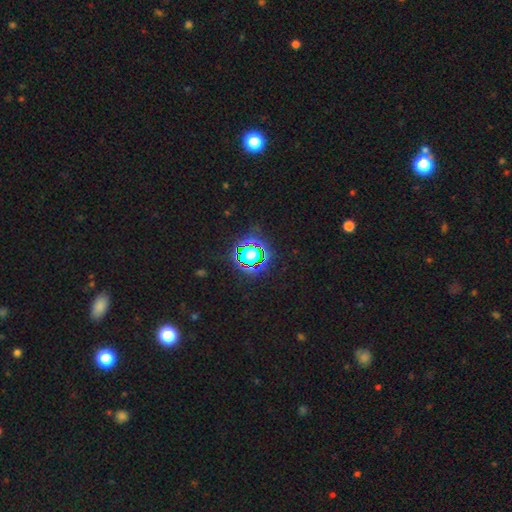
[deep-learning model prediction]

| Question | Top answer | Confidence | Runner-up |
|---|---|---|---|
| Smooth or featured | star or artifact | 76% | smooth (16%) |